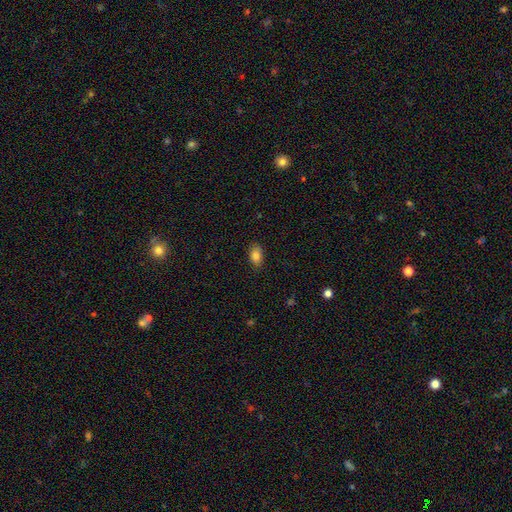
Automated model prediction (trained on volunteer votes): This is clearly a smooth galaxy (85%). How rounded: clearly in between (87%). Merging: clearly none (85%).